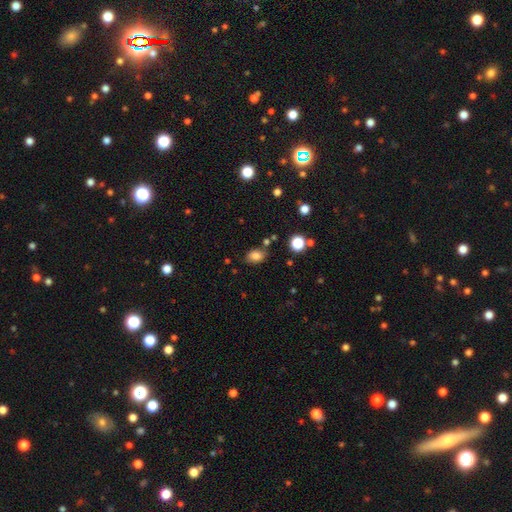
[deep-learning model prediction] Morphology: type=smooth (80%); roundness=in between (76%); merging=none (76%).